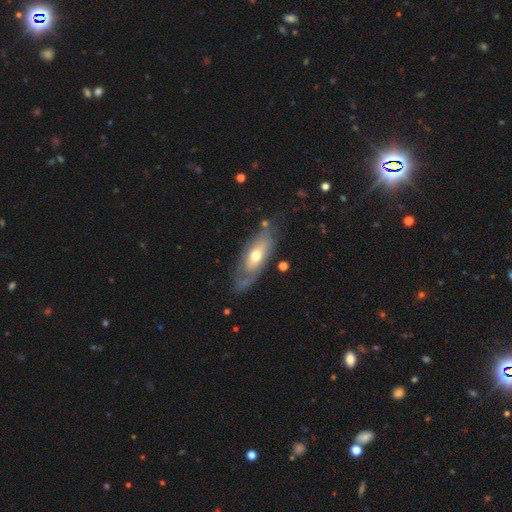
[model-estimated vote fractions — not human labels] This is possibly a featured or disk galaxy (54%). It is likely not viewed edge-on (72%). Merging: likely none (61%).